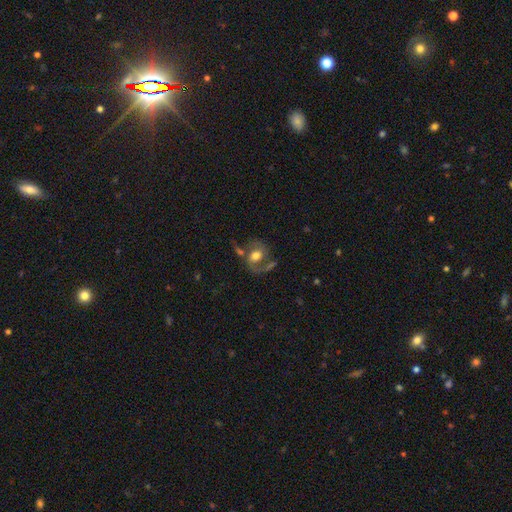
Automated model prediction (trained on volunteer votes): Q: Smooth or featured?
A: featured or disk (57%); runner-up: smooth (34%)
Q: Edge-on disk?
A: no (96%); runner-up: yes (4%)
Q: Bar?
A: no (59%); runner-up: weak (30%)
Q: Spiral arms?
A: yes (71%); runner-up: no (29%)
Q: Bulge size?
A: moderate (58%); runner-up: large (28%)
Q: Merging?
A: none (44%); runner-up: major disturbance (19%)